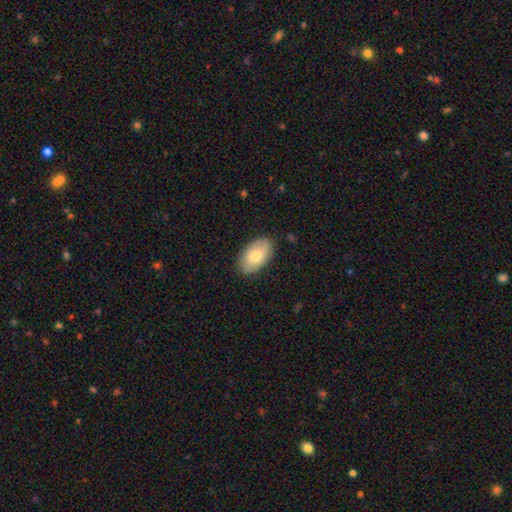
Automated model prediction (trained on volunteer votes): This appears to be a smooth galaxy with no disk features (75%) that is in between round and cigar-shaped (94%). Merging: none (84%).